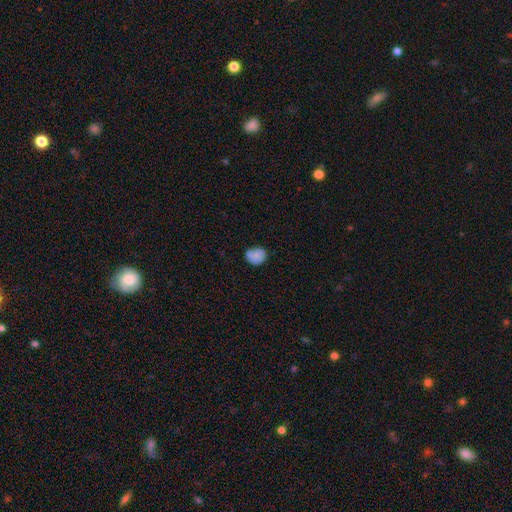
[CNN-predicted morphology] smooth_or_featured: smooth (p=0.79) [alt: featured or disk p=0.12]
how_rounded: round (p=0.60) [alt: in between p=0.39]
merging: none (p=0.61) [alt: minor disturbance p=0.26]